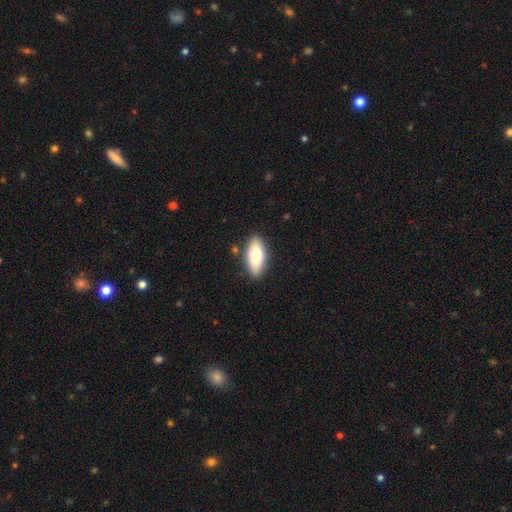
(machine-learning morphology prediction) Overall: smooth (74%). How rounded: in between (85%). Merging: none (87%).